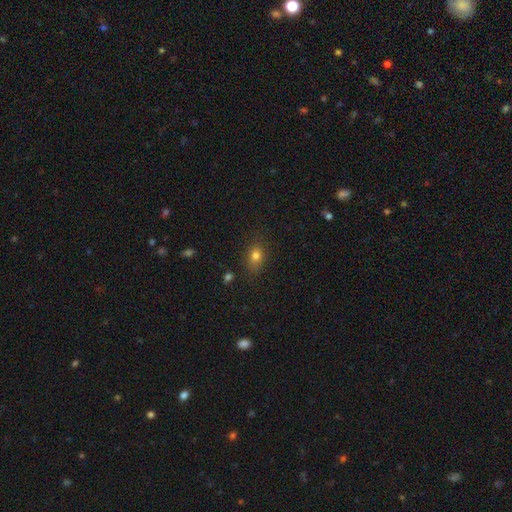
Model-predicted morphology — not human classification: A smooth galaxy with no disk features (79%) that is in between round and cigar-shaped (69%).

Vote fractions:
- Smooth or featured? smooth: 79% / star or artifact: 12% / featured or disk: 9%
- How rounded? in between: 69% / round: 29% / cigar-shaped: 2%
- Merging? none: 81% / minor disturbance: 14% / major disturbance: 4% / merger: 2%